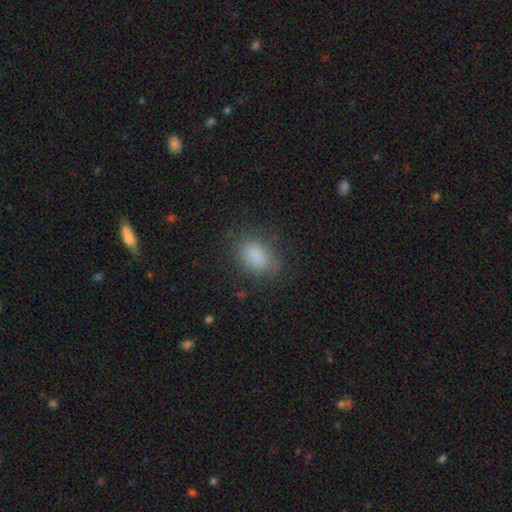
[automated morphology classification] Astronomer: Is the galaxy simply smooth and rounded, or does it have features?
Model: smooth — 85%.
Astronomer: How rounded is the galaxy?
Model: in between — 82%.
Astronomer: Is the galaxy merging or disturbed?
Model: none — 77%.